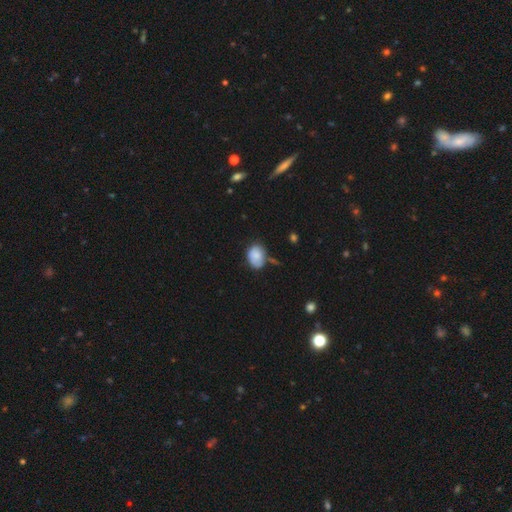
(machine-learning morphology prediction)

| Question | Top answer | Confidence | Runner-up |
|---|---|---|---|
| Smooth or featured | smooth | 81% | featured or disk (11%) |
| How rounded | in between | 71% | round (28%) |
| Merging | none | 52% | minor disturbance (31%) |